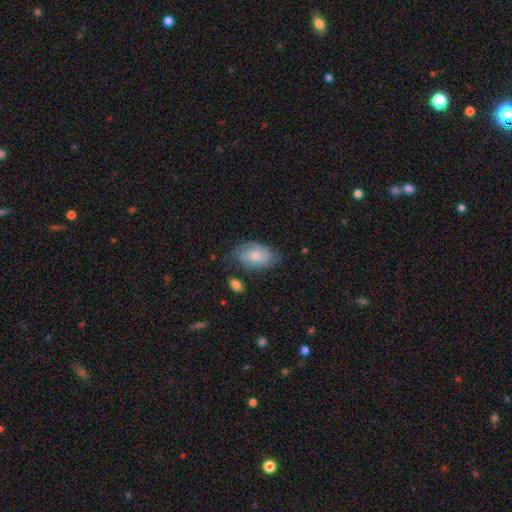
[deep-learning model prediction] Smooth or featured? Predicted: featured or disk (p=0.54). Edge-on disk? Predicted: no (p=0.95). Bar? Predicted: no (p=0.74). Spiral arms? Predicted: yes (p=0.80). Bulge size? Predicted: moderate (p=0.58). Merging? Predicted: none (p=0.57).